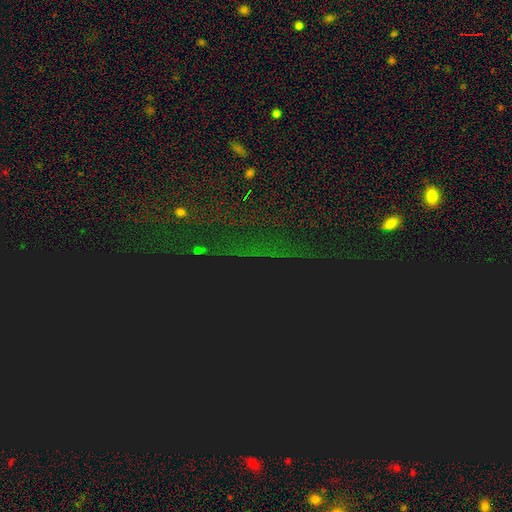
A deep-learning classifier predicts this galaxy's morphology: smooth_or_featured: star or artifact (p=0.81) [alt: smooth p=0.12]